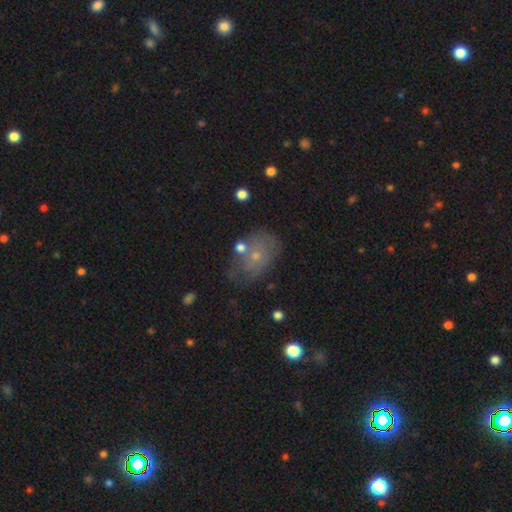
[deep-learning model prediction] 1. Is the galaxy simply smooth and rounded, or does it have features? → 51% smooth, 35% featured or disk, 14% star or artifact.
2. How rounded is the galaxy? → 74% in between, 25% round, 2% cigar-shaped.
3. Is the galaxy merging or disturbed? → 54% none, 24% minor disturbance, 12% major disturbance, 10% merger.